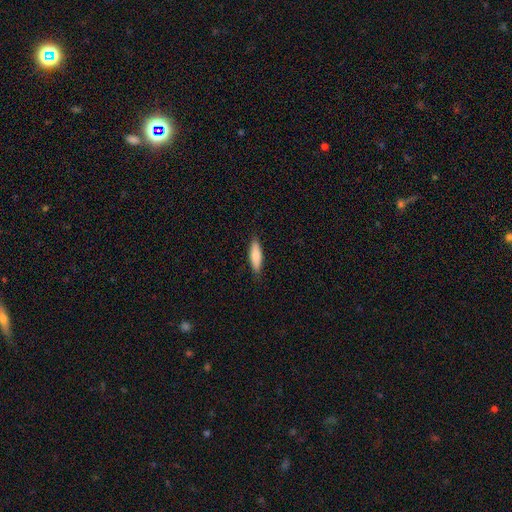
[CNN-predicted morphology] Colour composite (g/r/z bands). It shows a smooth galaxy with no disk features (78%) that is cigar-shaped (57%). Merging: none (87%).